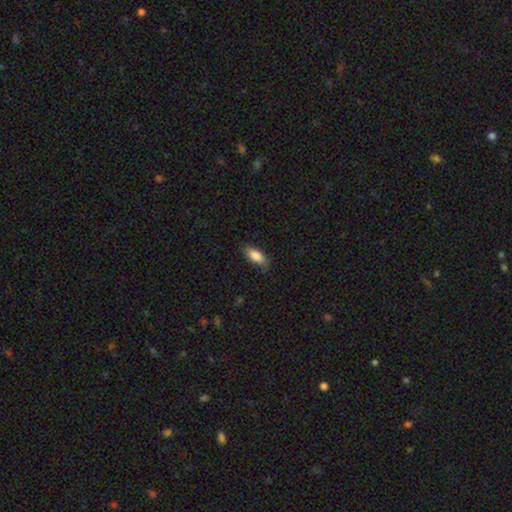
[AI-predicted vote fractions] smooth 83%, featured or disk 10%, star or artifact 7%. Down the decision tree: how rounded — in between (82%); merging — none (73%).